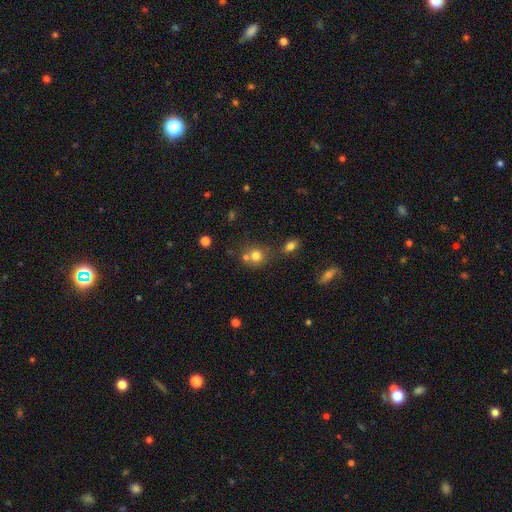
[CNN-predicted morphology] This appears to be a smooth galaxy with no disk features (74%) that is round (84%). Merging: none (53%).